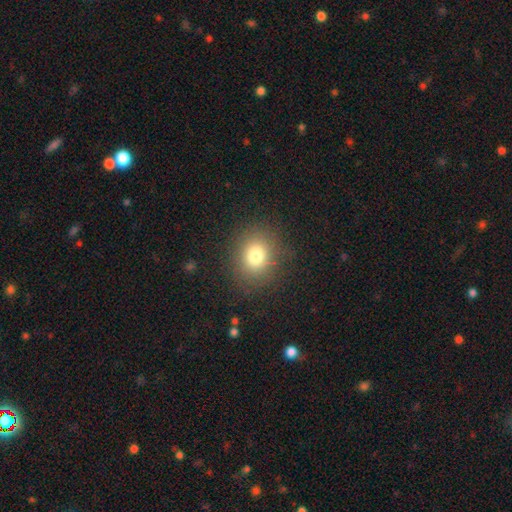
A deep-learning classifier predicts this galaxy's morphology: Smooth or featured? Predicted: smooth (p=0.77). How rounded? Predicted: round (p=0.68). Merging? Predicted: none (p=0.85).